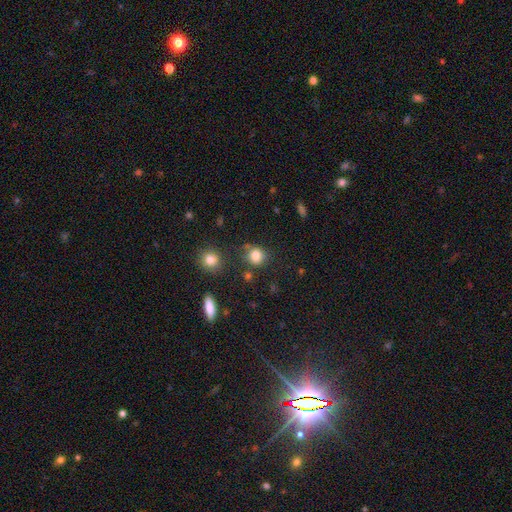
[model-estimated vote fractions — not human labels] The model was most divided on "how rounded": round: 80%, in between: 19%, cigar-shaped: 1%. More confident: smooth or featured — smooth (82%); merging — none (75%).